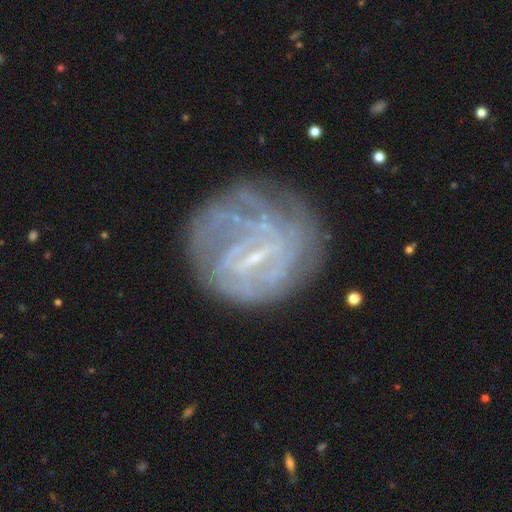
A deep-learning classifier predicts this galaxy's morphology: Smooth or featured? featured or disk (77%)
Edge-on disk? no (97%)
Bar? weak (44%)
Spiral arms? yes (75%)
Spiral winding? tight (64%)
Spiral arm count? can't tell (55%)
Bulge size? small (59%)
Merging? none (61%)